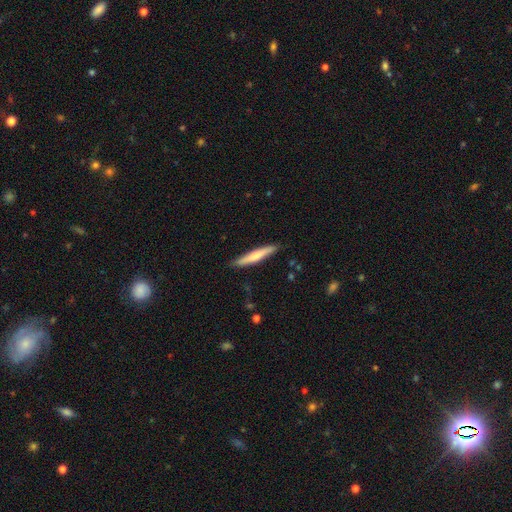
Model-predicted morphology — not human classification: smooth 66%, featured or disk 29%, star or artifact 5%. Down the decision tree: how rounded — cigar-shaped (93%); merging — none (88%).